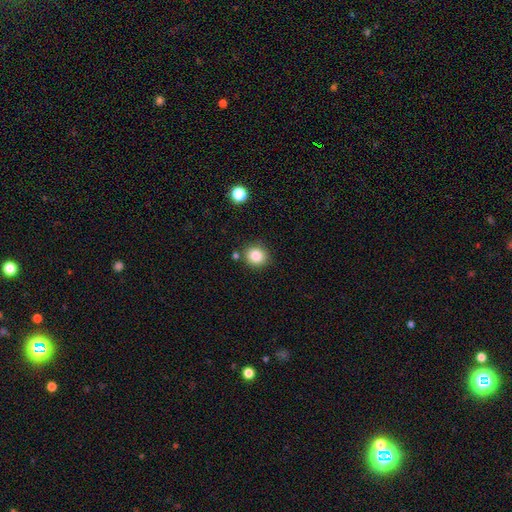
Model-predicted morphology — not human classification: Smooth or featured? Predicted: smooth (p=0.86). How rounded? Predicted: round (p=0.84). Merging? Predicted: none (p=0.84).